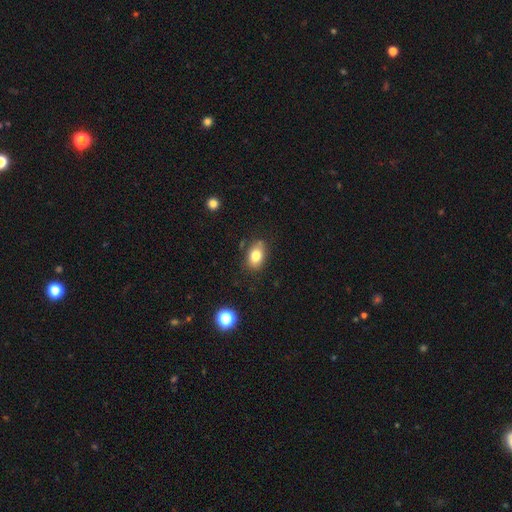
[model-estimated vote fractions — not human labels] A smooth galaxy with no disk features (79%) that is in between round and cigar-shaped (82%). Merging: none (78%).